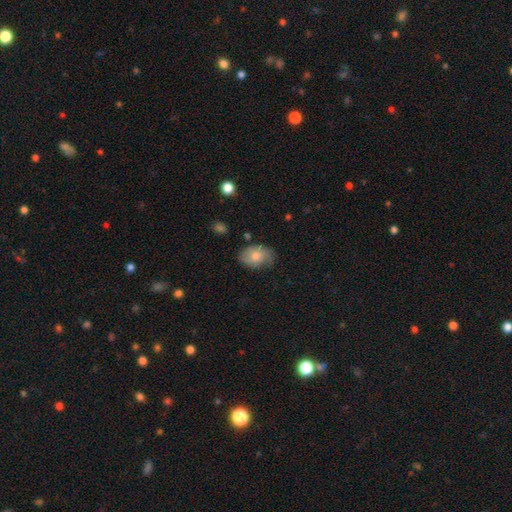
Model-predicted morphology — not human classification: Smooth or featured? Predicted: smooth (p=0.67). How rounded? Predicted: in between (p=0.81). Merging? Predicted: none (p=0.65).